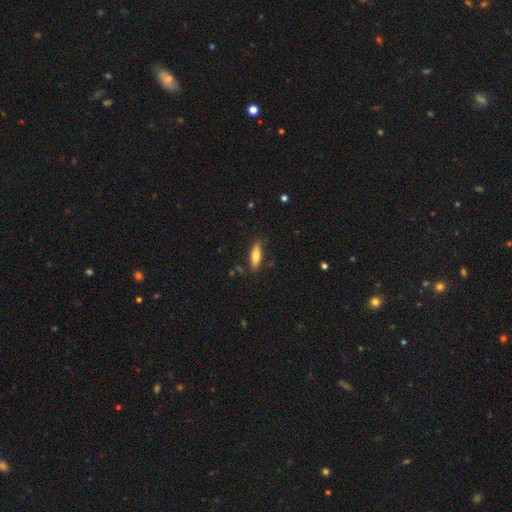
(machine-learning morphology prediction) Smooth or featured? Predicted: smooth (p=0.70). How rounded? Predicted: cigar-shaped (p=0.52). Merging? Predicted: none (p=0.83).